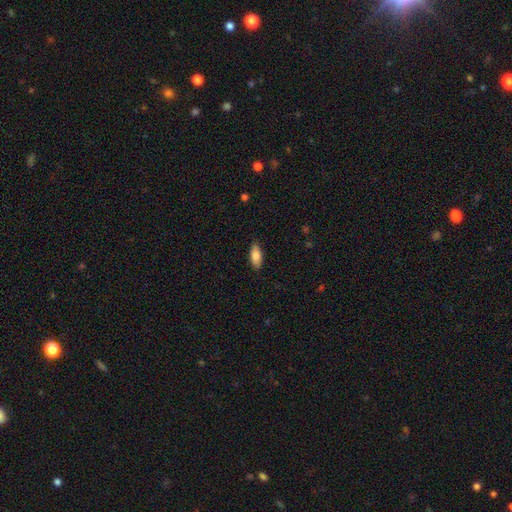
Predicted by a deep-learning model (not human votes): smooth_or_featured: smooth (p=0.82) [alt: featured or disk p=0.11]
how_rounded: in between (p=0.81) [alt: cigar-shaped p=0.17]
merging: none (p=0.88) [alt: minor disturbance p=0.10]